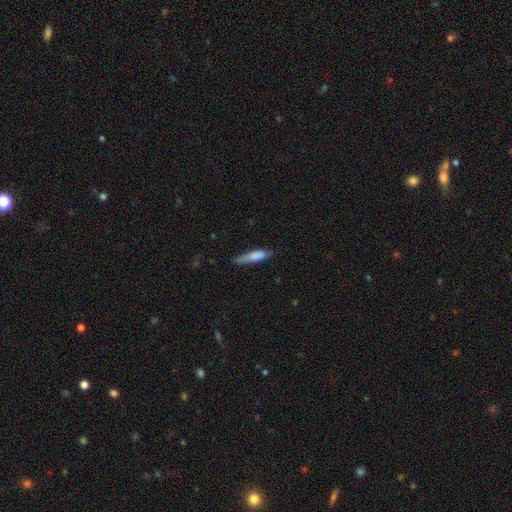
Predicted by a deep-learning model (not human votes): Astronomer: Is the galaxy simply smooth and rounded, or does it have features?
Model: smooth — 74%.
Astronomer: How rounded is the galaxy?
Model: cigar-shaped — 75%.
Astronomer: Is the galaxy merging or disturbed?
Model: none — 58%.